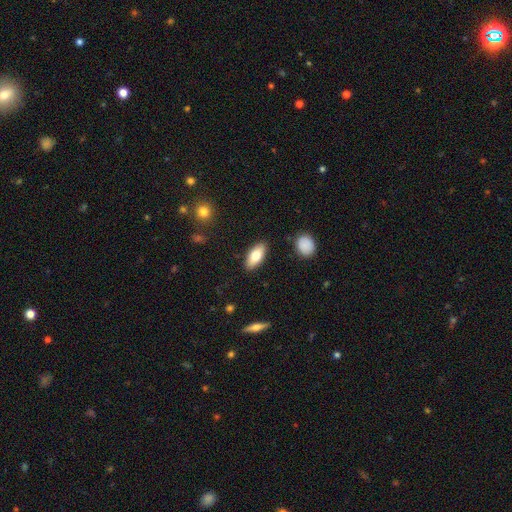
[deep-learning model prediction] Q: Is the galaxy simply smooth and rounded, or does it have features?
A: smooth — 76%.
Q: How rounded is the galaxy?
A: in between — 84%.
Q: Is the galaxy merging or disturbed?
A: none — 87%.